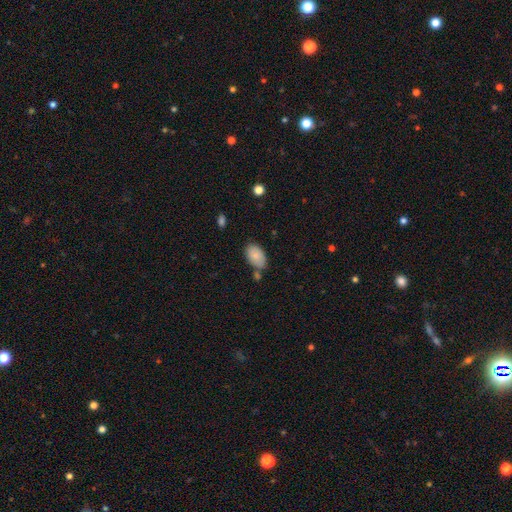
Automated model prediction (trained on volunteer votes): The model was most divided on "merging": none: 68%, minor disturbance: 18%, merger: 10%, major disturbance: 4%. More confident: how rounded — in between (93%); smooth or featured — smooth (85%).